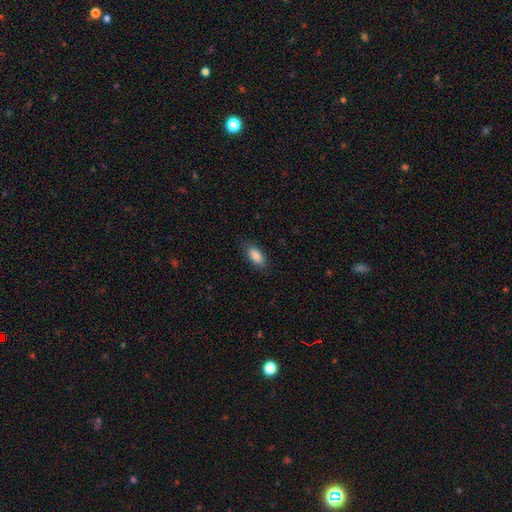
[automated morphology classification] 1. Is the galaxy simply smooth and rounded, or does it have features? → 86% smooth, 7% featured or disk, 6% star or artifact.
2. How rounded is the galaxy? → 88% in between, 10% cigar-shaped, 3% round.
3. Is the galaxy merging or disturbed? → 83% none, 13% minor disturbance, 3% major disturbance, 1% merger.